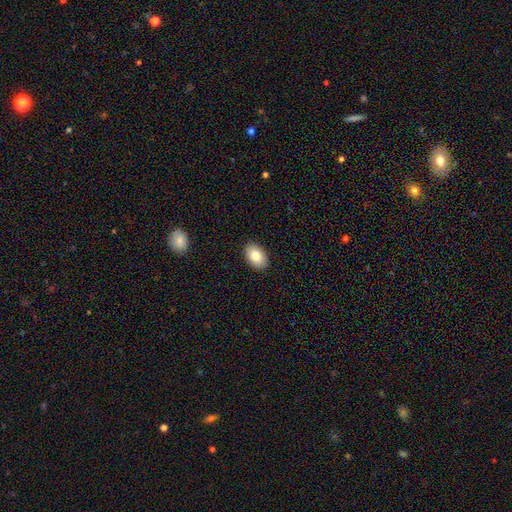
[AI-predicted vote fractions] This is clearly a smooth galaxy (82%). How rounded: clearly in between (90%). Merging: clearly none (90%).